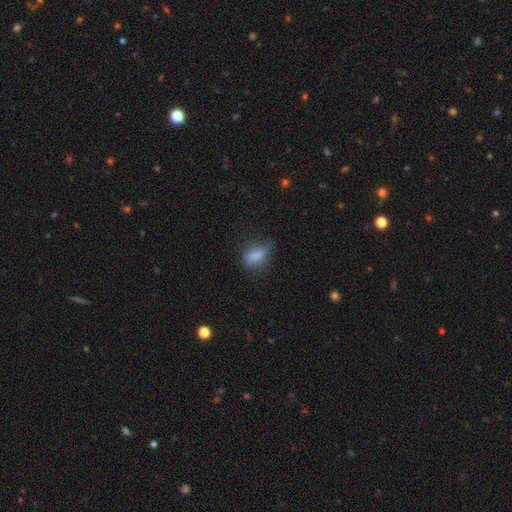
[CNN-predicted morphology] Smooth or featured? smooth (74%)
How rounded? in between (77%)
Merging? none (47%)